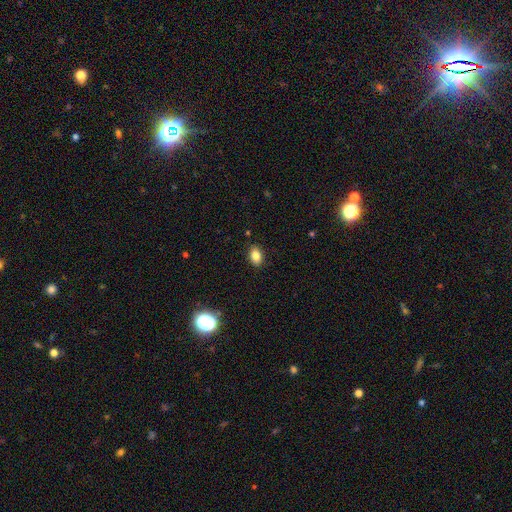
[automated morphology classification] smooth 83%, star or artifact 10%, featured or disk 6%. Down the decision tree: how rounded — in between (84%); merging — none (88%).